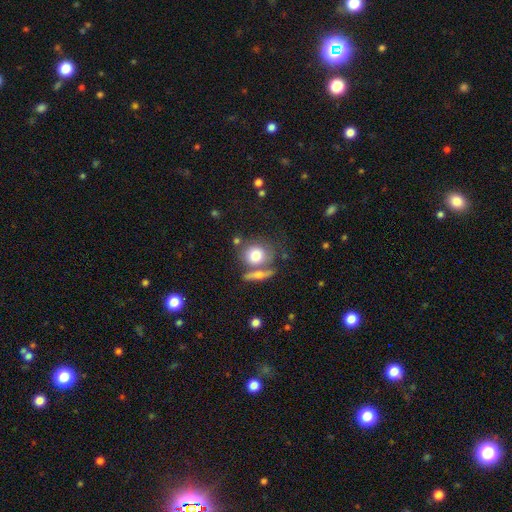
Volunteers were most divided on "merging": none: 57%, minor disturbance: 19%, merger: 19%, major disturbance: 5%. More confident: how rounded — round (87%); smooth or featured — smooth (79%).